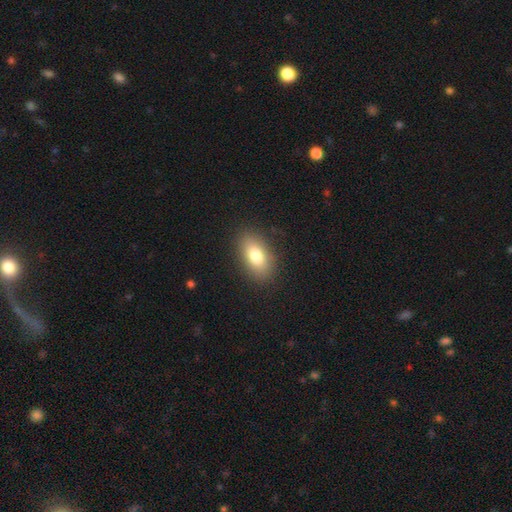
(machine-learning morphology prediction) smooth_or_featured: smooth (p=0.80) [alt: featured or disk p=0.12]
how_rounded: in between (p=0.90) [alt: round p=0.07]
merging: none (p=0.87) [alt: minor disturbance p=0.09]